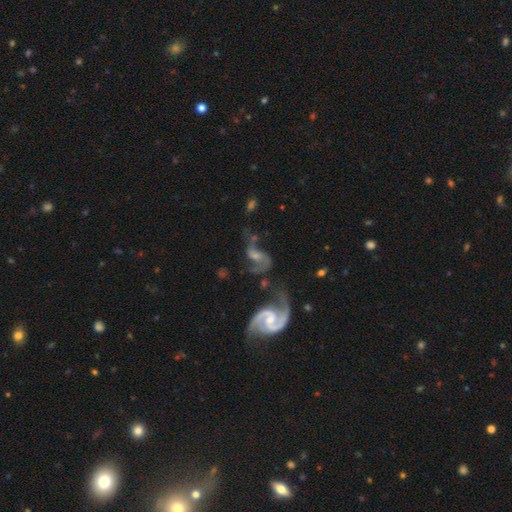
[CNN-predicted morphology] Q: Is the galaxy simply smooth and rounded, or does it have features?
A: featured or disk — 81%.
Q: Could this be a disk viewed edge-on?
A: no — 96%.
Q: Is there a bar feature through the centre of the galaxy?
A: weak — 48%.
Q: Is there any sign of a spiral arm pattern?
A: yes — 92%.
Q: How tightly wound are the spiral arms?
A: loose — 57%.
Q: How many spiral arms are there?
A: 2 — 86%.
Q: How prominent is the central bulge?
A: small — 51%.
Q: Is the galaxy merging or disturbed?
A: none — 33%.